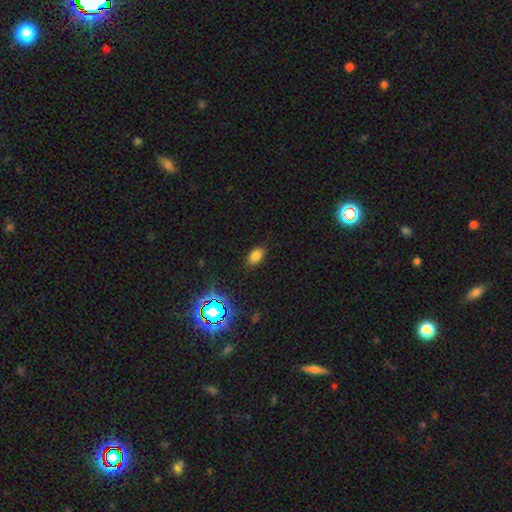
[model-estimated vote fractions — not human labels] smooth 76%, star or artifact 18%, featured or disk 6%. Down the decision tree: how rounded — in between (87%); merging — none (85%).